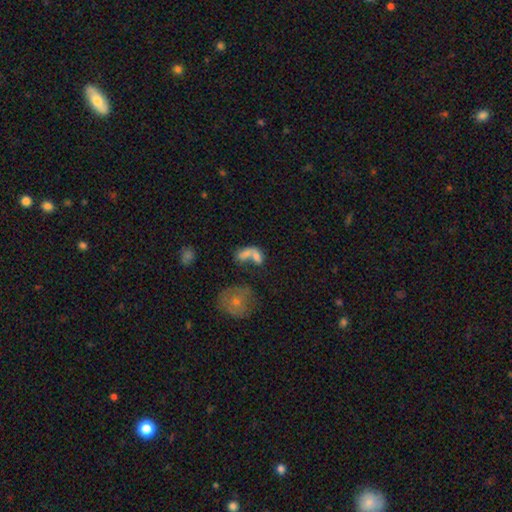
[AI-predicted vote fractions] The model was most divided on "smooth or featured": smooth: 62%, featured or disk: 25%, star or artifact: 13%. More confident: how rounded — in between (76%); merging — merger (60%).